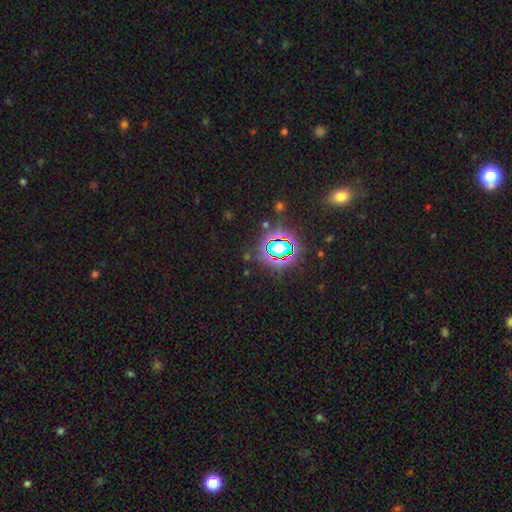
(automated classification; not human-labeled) star or artifact 79%, smooth 13%, featured or disk 8%.